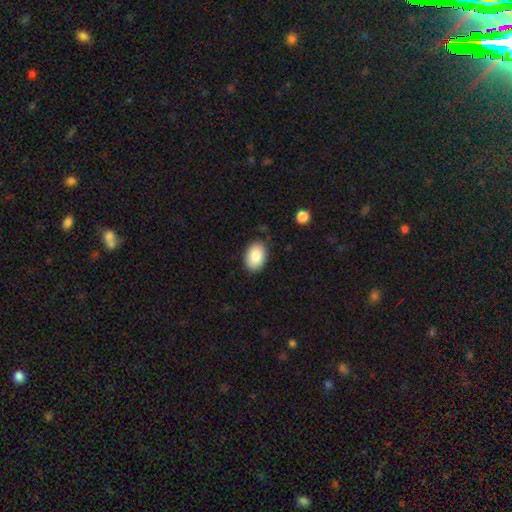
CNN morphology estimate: Overall: smooth (85%). How rounded: in between (88%). Merging: none (86%).